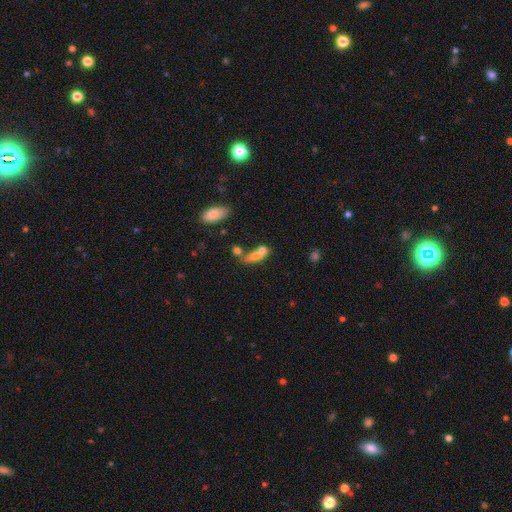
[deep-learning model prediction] Smooth or featured? smooth (66%)
How rounded? in between (63%)
Merging? merger (58%)